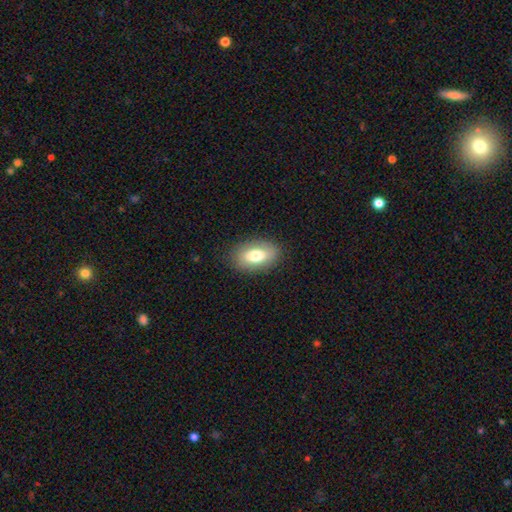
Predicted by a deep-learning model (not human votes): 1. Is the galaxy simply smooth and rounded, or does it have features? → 75% smooth, 18% featured or disk, 7% star or artifact.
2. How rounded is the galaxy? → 90% in between, 8% round, 2% cigar-shaped.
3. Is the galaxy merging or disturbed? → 85% none, 11% minor disturbance, 3% major disturbance, 1% merger.